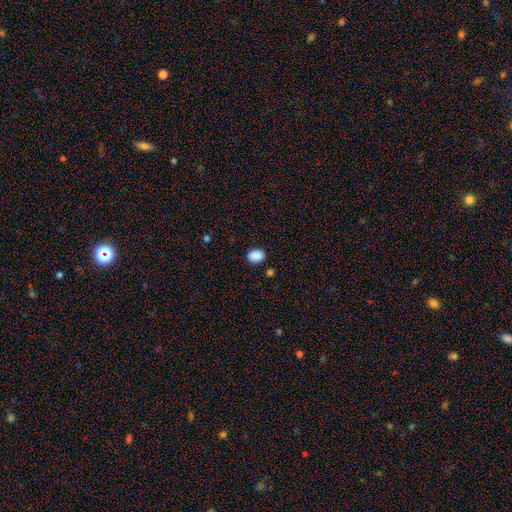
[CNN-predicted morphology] The model was most divided on "how rounded": in between: 71%, round: 28%, cigar-shaped: 1%. More confident: smooth or featured — smooth (89%); merging — none (86%).